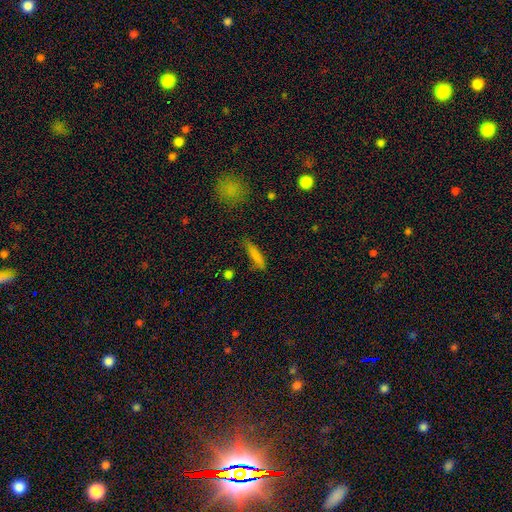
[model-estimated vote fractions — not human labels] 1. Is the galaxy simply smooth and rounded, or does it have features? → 80% smooth, 11% featured or disk, 9% star or artifact.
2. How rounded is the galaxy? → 80% cigar-shaped, 18% in between, 2% round.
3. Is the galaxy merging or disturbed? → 73% none, 19% minor disturbance, 5% major disturbance, 3% merger.